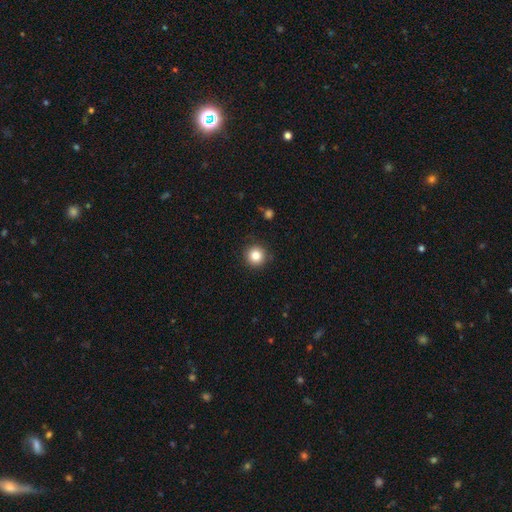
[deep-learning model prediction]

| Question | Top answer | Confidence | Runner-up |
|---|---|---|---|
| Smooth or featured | smooth | 84% | star or artifact (11%) |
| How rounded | round | 95% | in between (4%) |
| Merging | none | 90% | minor disturbance (7%) |